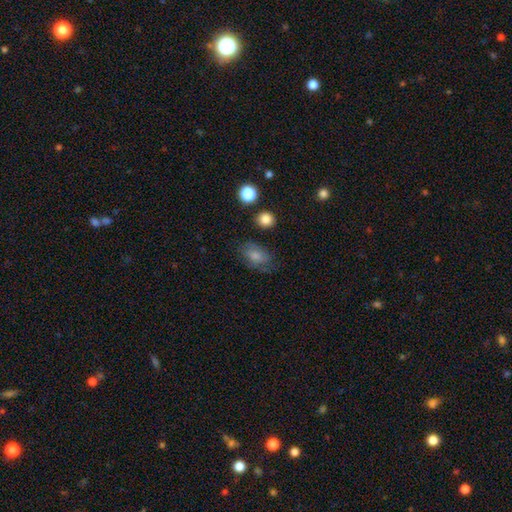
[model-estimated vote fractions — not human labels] Q: Smooth or featured?
A: smooth (72%); runner-up: featured or disk (18%)
Q: How rounded?
A: in between (84%); runner-up: round (14%)
Q: Merging?
A: none (64%); runner-up: minor disturbance (23%)